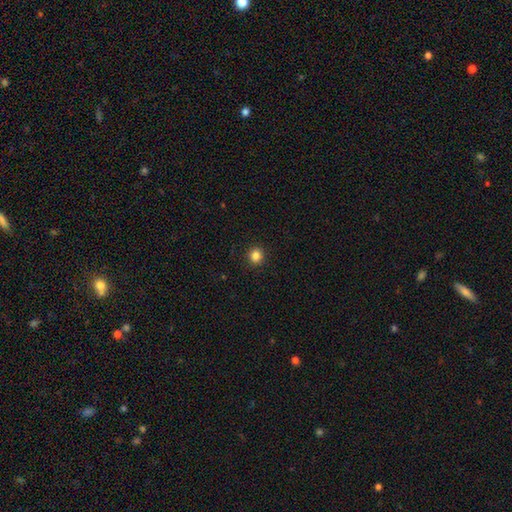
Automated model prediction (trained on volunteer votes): Smooth or featured? smooth (84%)
How rounded? round (90%)
Merging? none (92%)